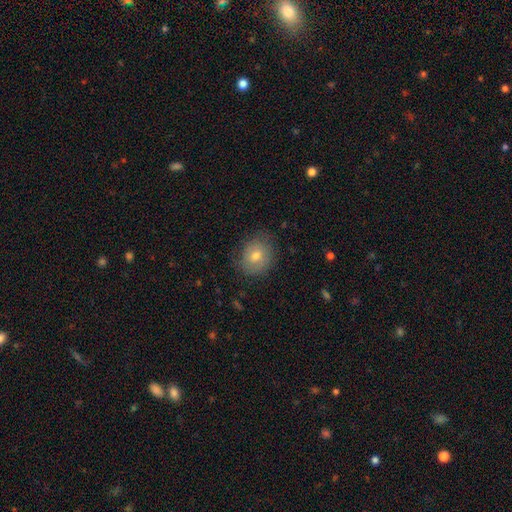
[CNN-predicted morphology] This appears to be a smooth galaxy with no disk features (72%) that is round (65%). Merging: none (75%).